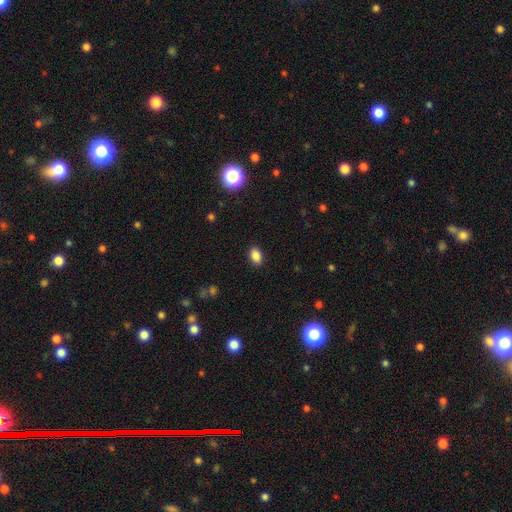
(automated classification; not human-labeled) smooth-or-featured: smooth: 87% | star or artifact: 9% | featured or disk: 4%
  how-rounded: in between: 86% | round: 12% | cigar-shaped: 2%
  merging: none: 88% | minor disturbance: 8% | major disturbance: 2% | merger: 1%